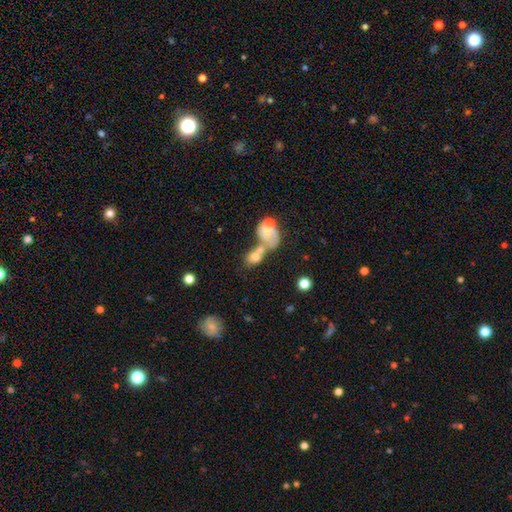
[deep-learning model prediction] Smooth or featured? Predicted: smooth (p=0.60). How rounded? Predicted: in between (p=0.65). Merging? Predicted: merger (p=0.62).